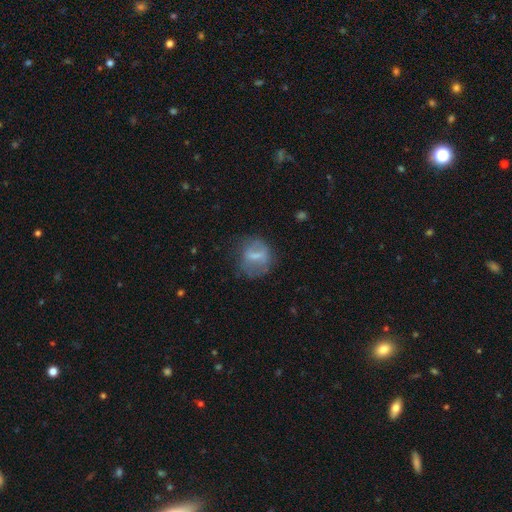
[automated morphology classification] smooth-or-featured: smooth: 52% | featured or disk: 39% | star or artifact: 9%
  how-rounded: round: 67% | in between: 30% | cigar-shaped: 3%
  merging: none: 60% | minor disturbance: 22% | major disturbance: 15% | merger: 2%